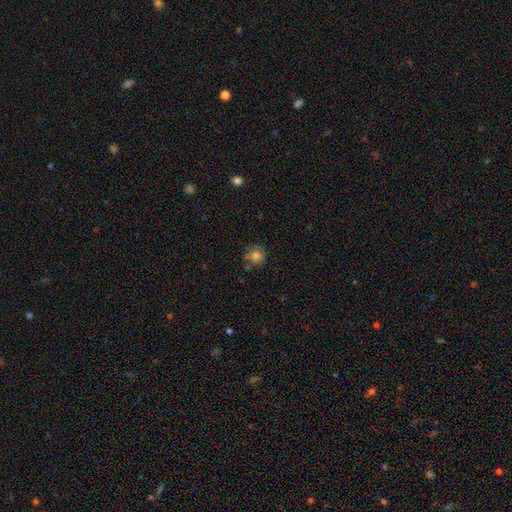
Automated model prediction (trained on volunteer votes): Smooth or featured?
  - smooth: 79% *
  - star or artifact: 12%
  - featured or disk: 10%
How rounded?
  - round: 90% *
  - in between: 9%
  - cigar-shaped: 1%
Merging?
  - none: 70% *
  - minor disturbance: 15%
  - merger: 11%
  - major disturbance: 4%